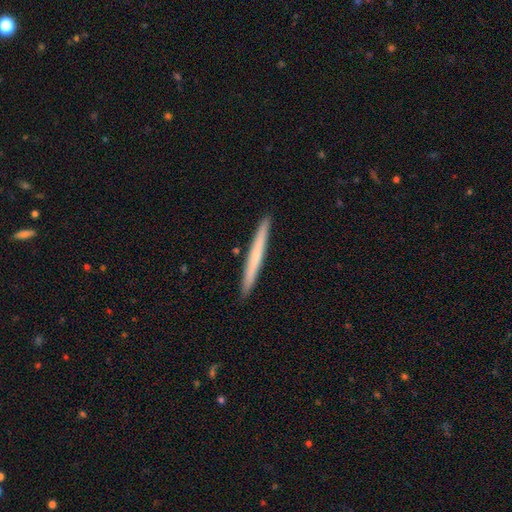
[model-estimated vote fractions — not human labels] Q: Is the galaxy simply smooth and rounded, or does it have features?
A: smooth — 56%.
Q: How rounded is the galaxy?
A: cigar-shaped — 97%.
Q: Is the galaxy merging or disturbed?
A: none — 93%.